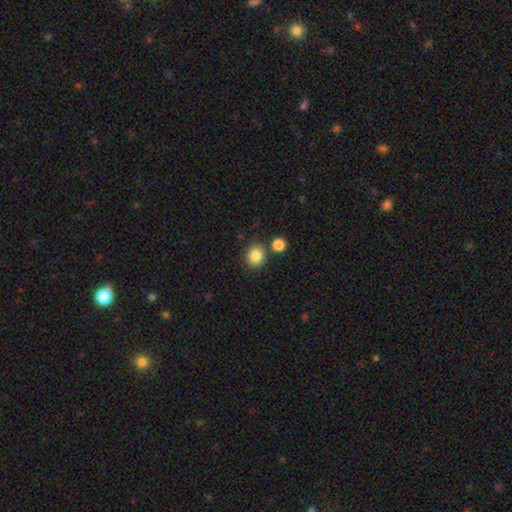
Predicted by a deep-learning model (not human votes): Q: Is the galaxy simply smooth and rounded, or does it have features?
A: smooth — 84%.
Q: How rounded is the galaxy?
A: round — 77%.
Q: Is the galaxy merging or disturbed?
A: none — 77%.